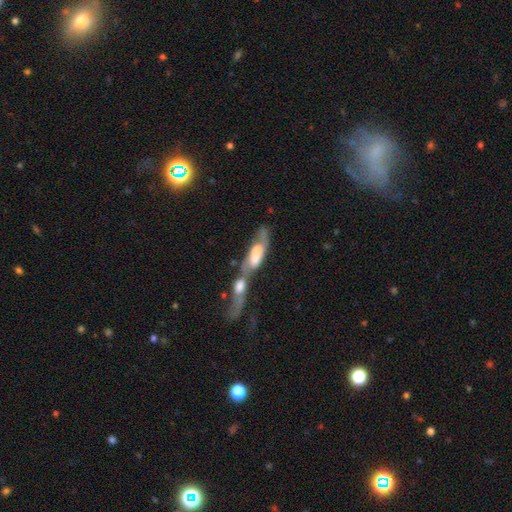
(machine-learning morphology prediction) smooth-or-featured: featured or disk: 57% | smooth: 33% | star or artifact: 10%
  disk-edge-on: no: 66% | yes: 34%
  merging: merger: 69% | none: 12% | major disturbance: 11% | minor disturbance: 7%